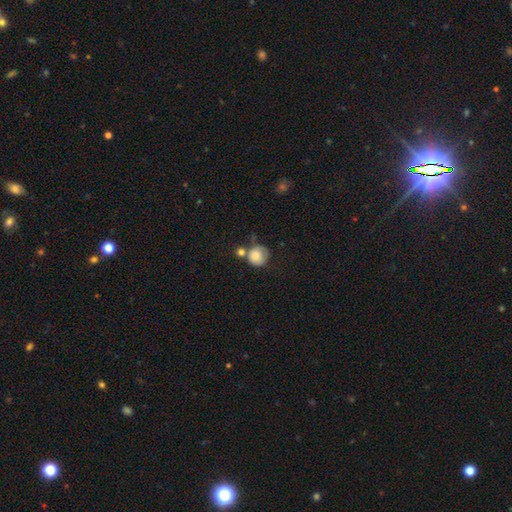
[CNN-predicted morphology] This is clearly a smooth galaxy (80%). How rounded: clearly round (87%). Merging: marginally none (45%).